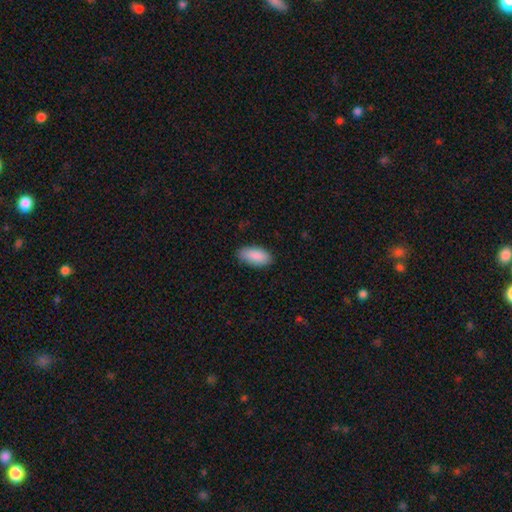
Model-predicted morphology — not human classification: A smooth galaxy with no disk features (90%) that is in between round and cigar-shaped (91%).

Vote fractions:
- Smooth or featured? smooth: 90% / star or artifact: 6% / featured or disk: 4%
- How rounded? in between: 91% / cigar-shaped: 7% / round: 2%
- Merging? none: 85% / minor disturbance: 12% / major disturbance: 2% / merger: 1%